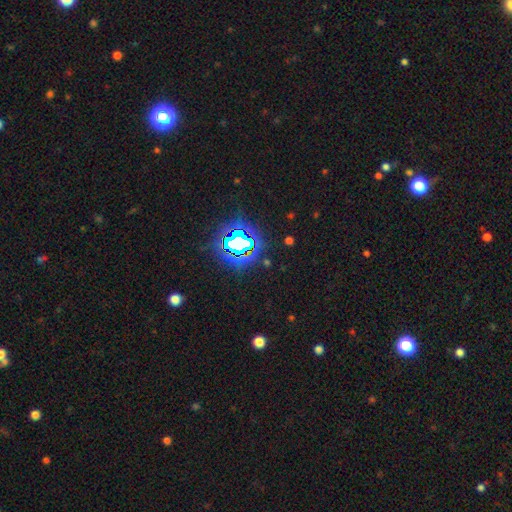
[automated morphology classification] star or artifact 83%, smooth 10%, featured or disk 7%.